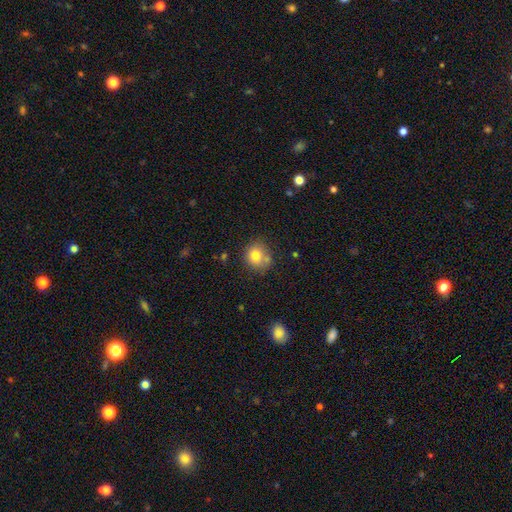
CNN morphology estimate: smooth_or_featured: smooth (p=0.78) [alt: featured or disk p=0.12]
how_rounded: round (p=0.84) [alt: in between p=0.15]
merging: none (p=0.69) [alt: minor disturbance p=0.15]